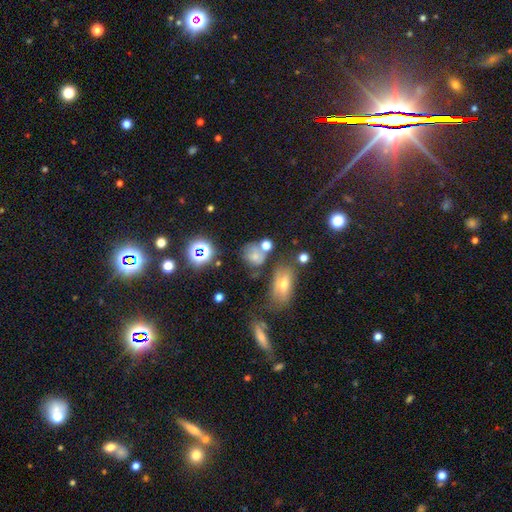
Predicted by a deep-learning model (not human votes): Smooth or featured? Predicted: smooth (p=0.58). How rounded? Predicted: round (p=0.62). Merging? Predicted: none (p=0.51).